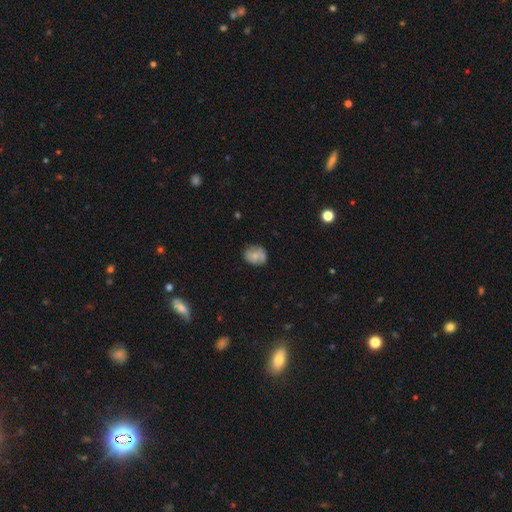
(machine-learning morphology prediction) Smooth or featured? Predicted: smooth (p=0.59). How rounded? Predicted: round (p=0.56). Merging? Predicted: none (p=0.62).